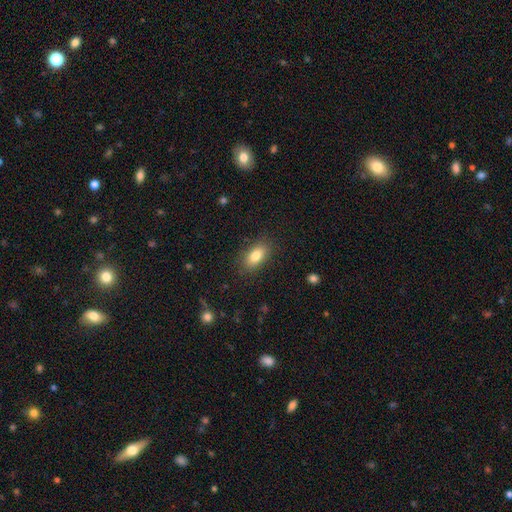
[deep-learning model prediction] A smooth galaxy with no disk features (84%) that is in between round and cigar-shaped (89%). Merging: none (86%).